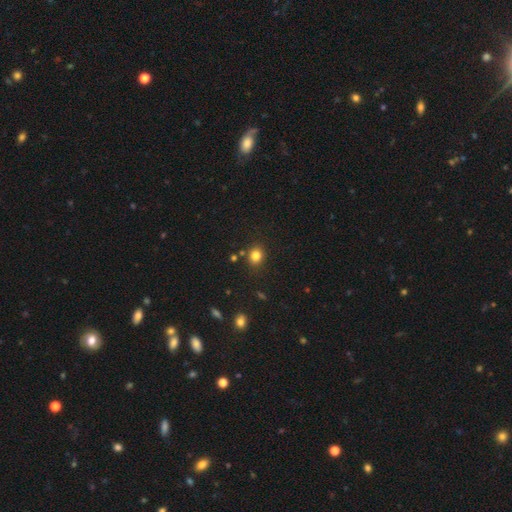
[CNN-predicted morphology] smooth-or-featured: smooth: 82% | star or artifact: 13% | featured or disk: 6%
  how-rounded: round: 72% | in between: 27% | cigar-shaped: 1%
  merging: none: 82% | minor disturbance: 10% | merger: 5% | major disturbance: 3%